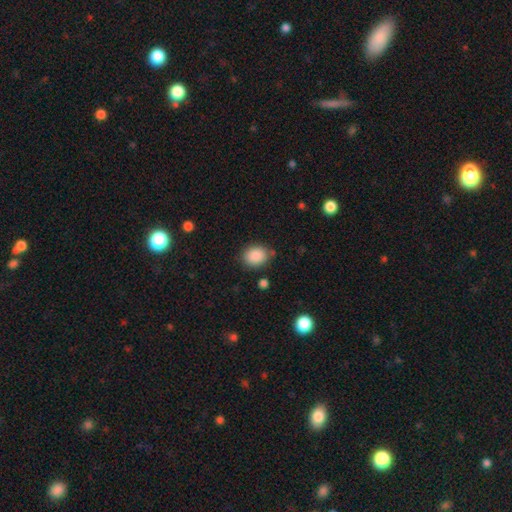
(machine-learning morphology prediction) A smooth galaxy with no disk features (88%) that is round (51%). Merging: none (79%).